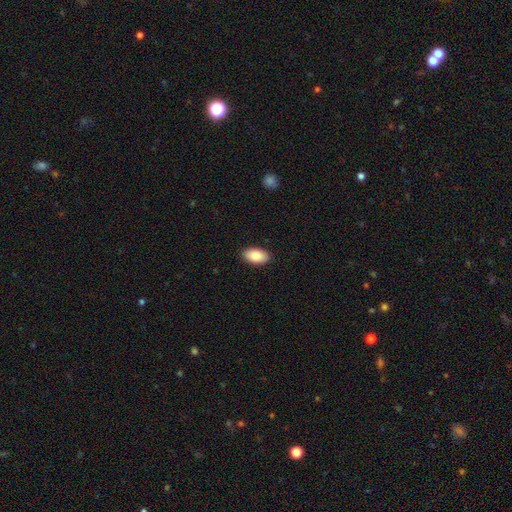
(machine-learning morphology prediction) The model was most divided on "smooth or featured": smooth: 85%, featured or disk: 9%, star or artifact: 7%. More confident: how rounded — in between (94%); merging — none (90%).